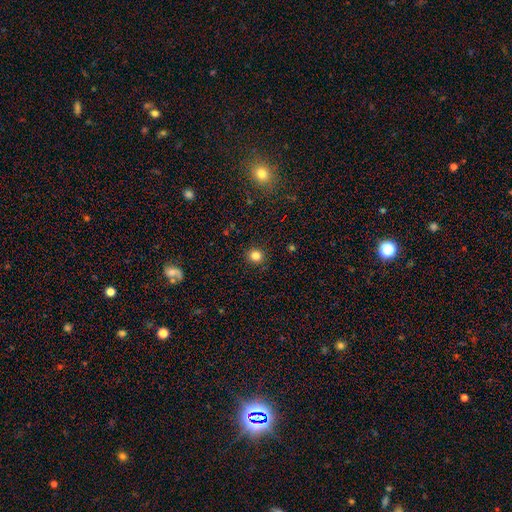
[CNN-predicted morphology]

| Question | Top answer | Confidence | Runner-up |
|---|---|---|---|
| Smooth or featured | smooth | 82% | star or artifact (13%) |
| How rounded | round | 88% | in between (11%) |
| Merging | none | 91% | minor disturbance (6%) |